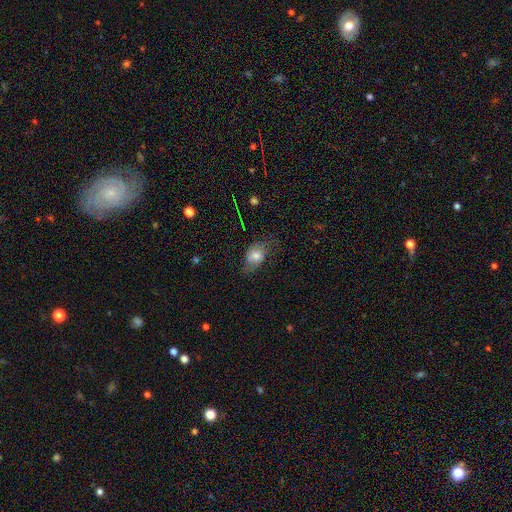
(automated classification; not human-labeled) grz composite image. It shows a smooth galaxy with no disk features (63%) that is in between round and cigar-shaped (76%). Merging: none (55%).